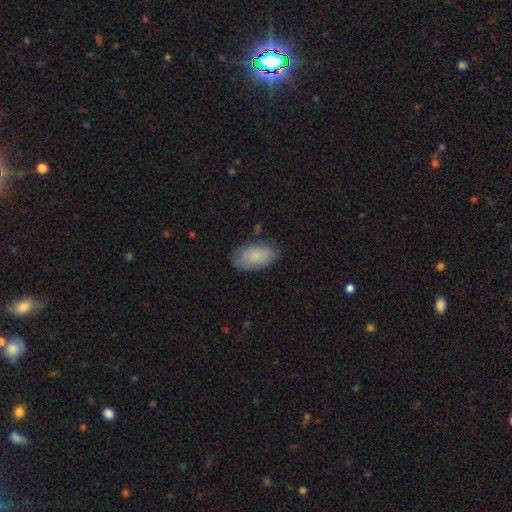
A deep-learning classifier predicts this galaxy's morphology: type=smooth (87%); roundness=in between (94%); merging=none (82%).